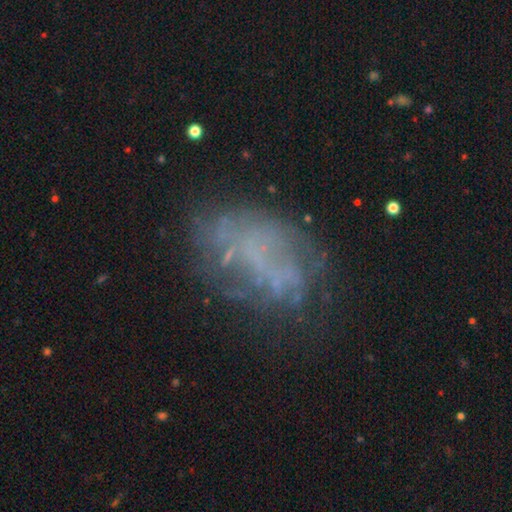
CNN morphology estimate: The model was most divided on "smooth or featured": featured or disk: 52%, smooth: 30%, star or artifact: 18%. More confident: edge-on disk — no (97%); bar — no (88%); bulge size — none (85%); spiral arms — no (82%); merging — none (54%).